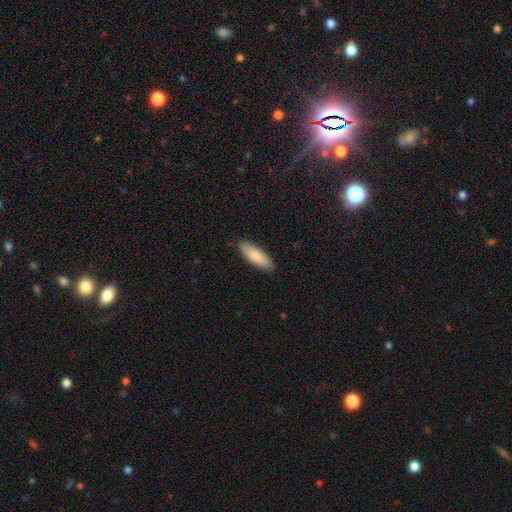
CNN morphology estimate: A smooth galaxy with no disk features (82%) that is in between round and cigar-shaped (65%).

Vote fractions:
- Smooth or featured? smooth: 82% / featured or disk: 12% / star or artifact: 5%
- How rounded? in between: 65% / cigar-shaped: 33% / round: 2%
- Merging? none: 88% / minor disturbance: 9% / major disturbance: 2% / merger: 1%